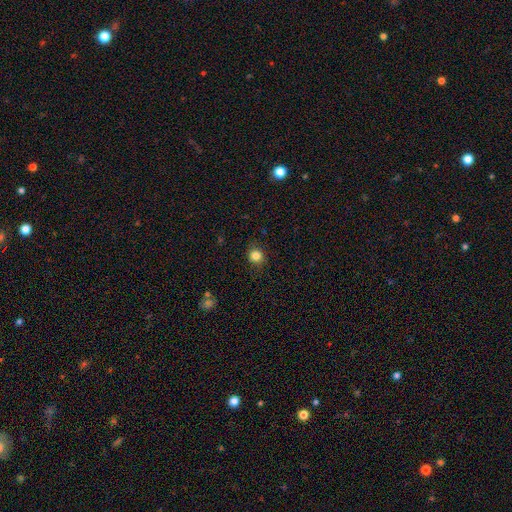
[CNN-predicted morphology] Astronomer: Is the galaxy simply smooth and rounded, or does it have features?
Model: smooth — 83%.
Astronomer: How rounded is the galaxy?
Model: round — 85%.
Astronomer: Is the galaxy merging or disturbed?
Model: none — 87%.